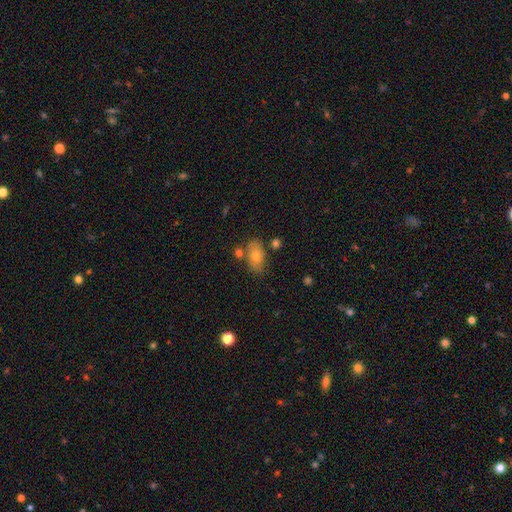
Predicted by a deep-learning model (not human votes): Smooth or featured? smooth (67%)
How rounded? in between (87%)
Merging? none (71%)